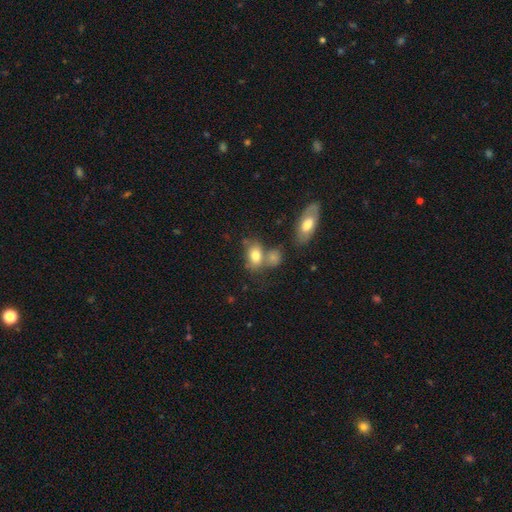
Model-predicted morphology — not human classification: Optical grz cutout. It shows a smooth galaxy with no disk features (78%) that is in between round and cigar-shaped (81%). Merging: none (44%).